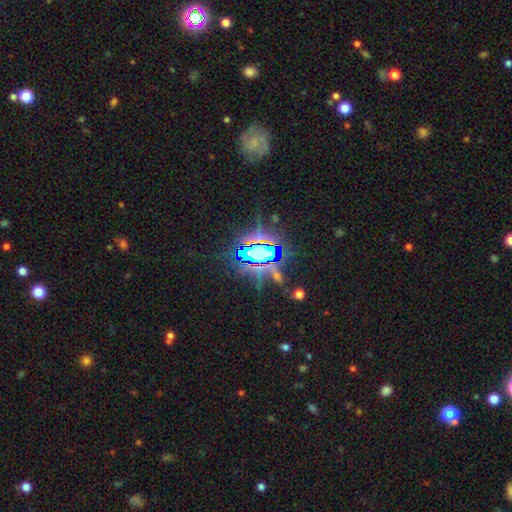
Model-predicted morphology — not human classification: Smooth or featured? Predicted: star or artifact (p=0.75).